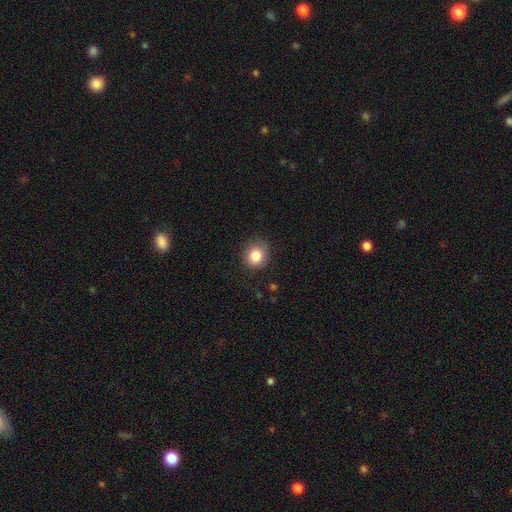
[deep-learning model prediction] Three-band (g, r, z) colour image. It shows a smooth galaxy with no disk features (84%) that is round (81%). Merging: none (82%).